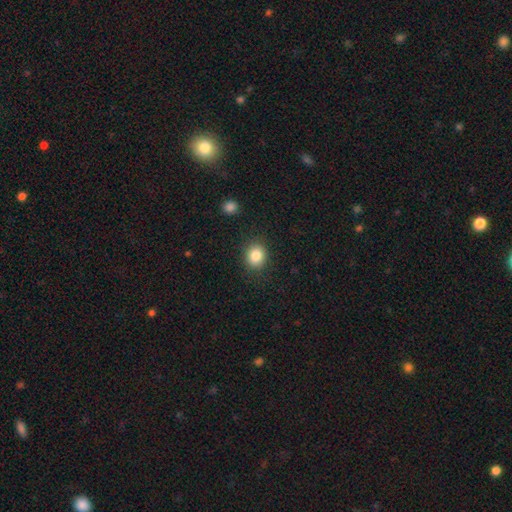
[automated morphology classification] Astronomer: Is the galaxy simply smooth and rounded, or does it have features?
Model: smooth — 85%.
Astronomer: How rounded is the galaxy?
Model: round — 67%.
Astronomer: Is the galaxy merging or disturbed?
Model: none — 87%.